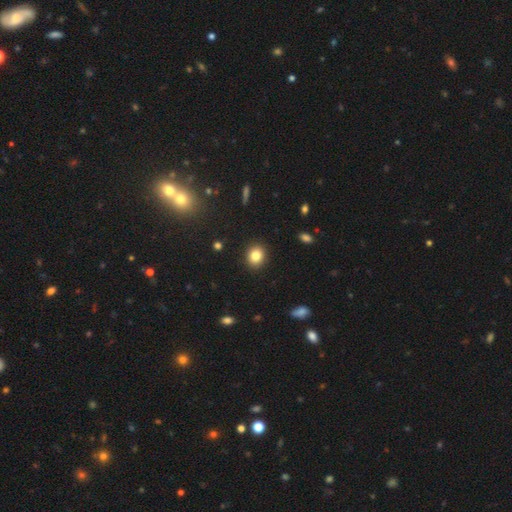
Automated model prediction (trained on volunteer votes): smooth 84%, star or artifact 10%, featured or disk 6%. Down the decision tree: how rounded — round (66%); merging — none (91%).